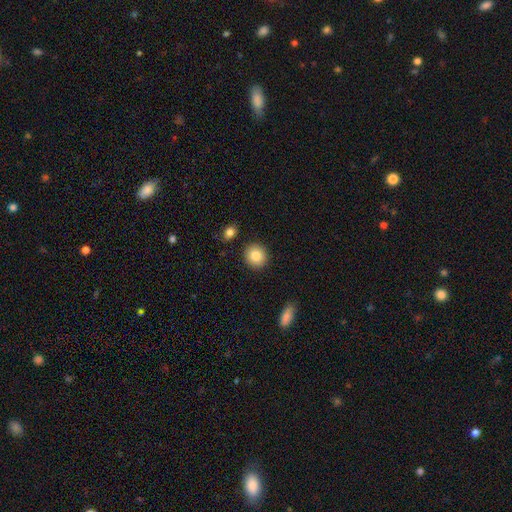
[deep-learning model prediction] smooth 84%, star or artifact 8%, featured or disk 7%. Down the decision tree: how rounded — round (87%); merging — none (90%).